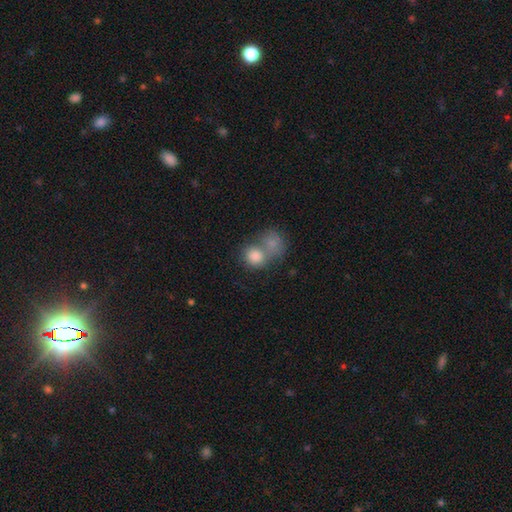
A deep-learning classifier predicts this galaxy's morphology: smooth 81%, featured or disk 10%, star or artifact 9%. Down the decision tree: how rounded — round (75%); merging — merger (56%).